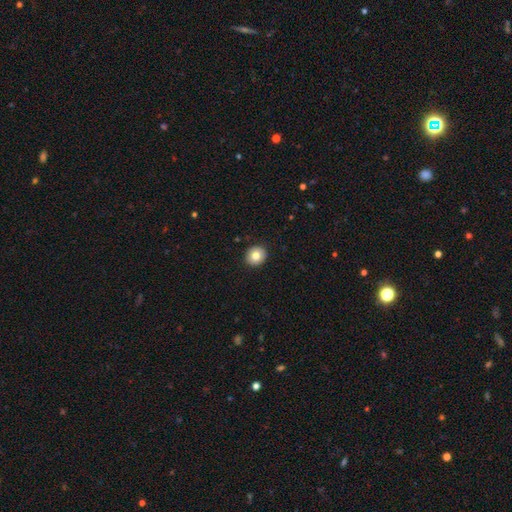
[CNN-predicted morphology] Overall: smooth (80%). How rounded: round (89%). Merging: none (92%).